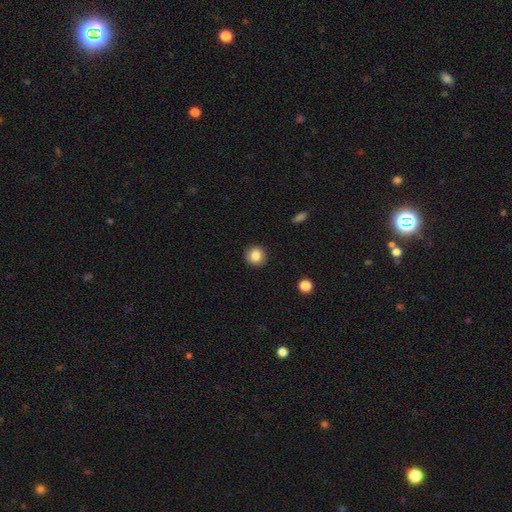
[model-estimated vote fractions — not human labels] Smooth or featured? smooth (85%)
How rounded? round (90%)
Merging? none (91%)